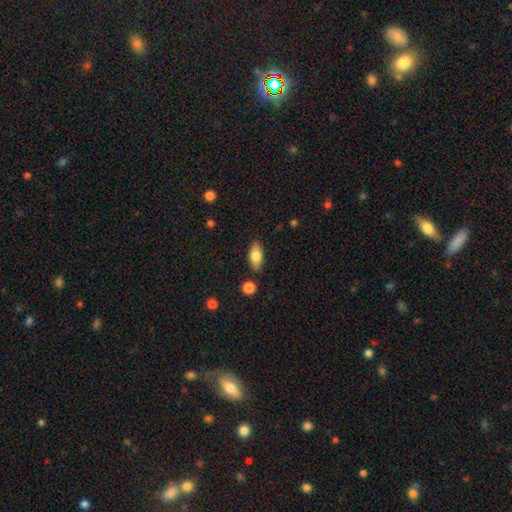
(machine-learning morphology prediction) This appears to be a smooth galaxy with no disk features (79%) that is in between round and cigar-shaped (87%). Merging: none (86%).